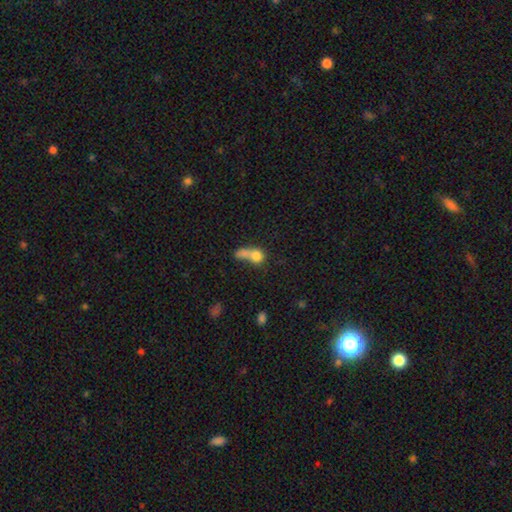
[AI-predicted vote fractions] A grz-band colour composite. It shows a smooth galaxy with no disk features (74%) that is round (59%). Merging: merger (60%).